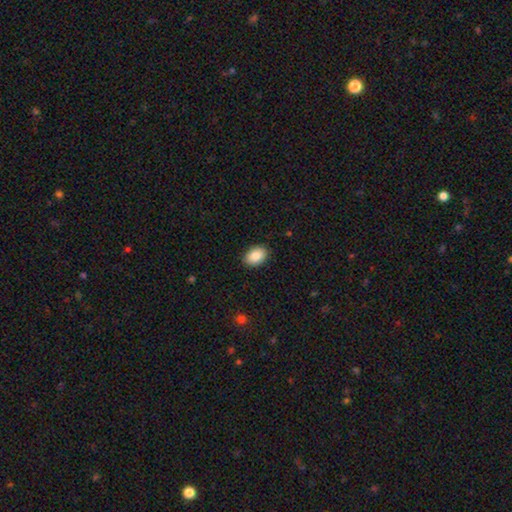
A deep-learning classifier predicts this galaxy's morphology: Smooth or featured: smooth — 87% (star or artifact — 7%)
How rounded: in between — 86% (round — 13%)
Merging: none — 89% (minor disturbance — 8%)